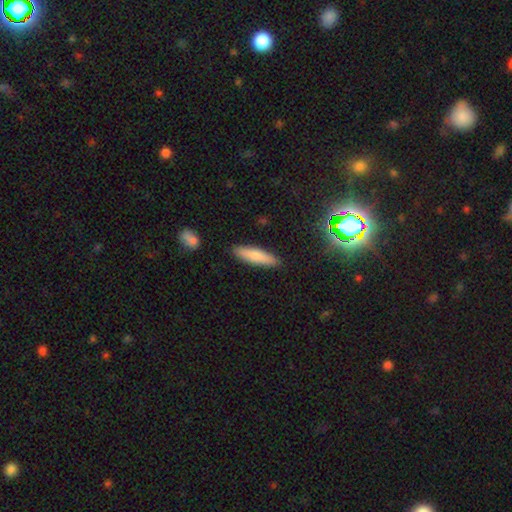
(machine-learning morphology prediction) Q: Smooth or featured?
A: smooth (78%); runner-up: featured or disk (16%)
Q: How rounded?
A: cigar-shaped (74%); runner-up: in between (24%)
Q: Merging?
A: none (88%); runner-up: minor disturbance (9%)